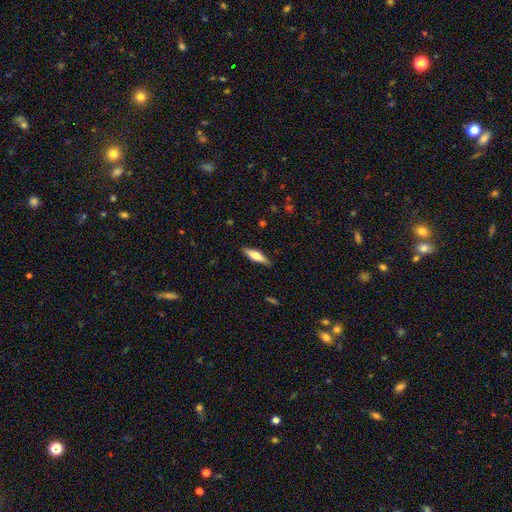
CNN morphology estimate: Smooth or featured? smooth (60%)
How rounded? cigar-shaped (65%)
Merging? none (88%)